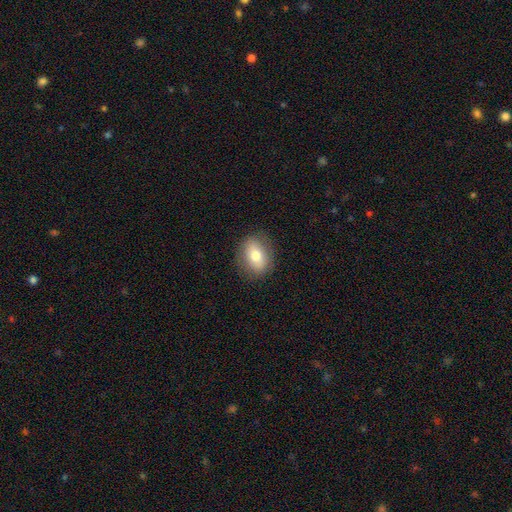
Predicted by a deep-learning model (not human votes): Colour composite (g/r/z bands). It shows a smooth galaxy with no disk features (74%) that is in between round and cigar-shaped (70%). Merging: none (85%).